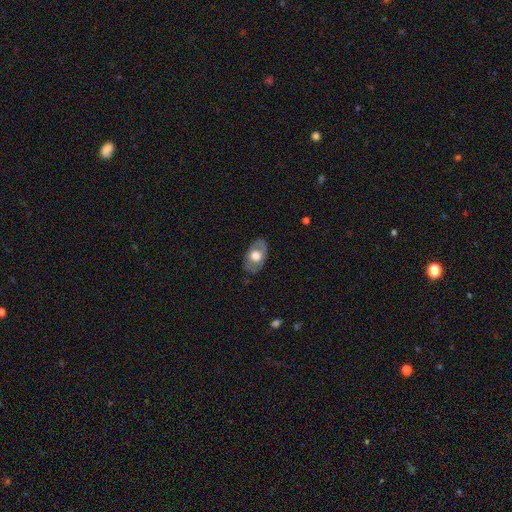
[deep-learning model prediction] Smooth or featured?
  - smooth: 52% *
  - featured or disk: 42%
  - star or artifact: 6%
How rounded?
  - in between: 87% *
  - round: 11%
  - cigar-shaped: 2%
Merging?
  - none: 79% *
  - minor disturbance: 15%
  - major disturbance: 5%
  - merger: 1%